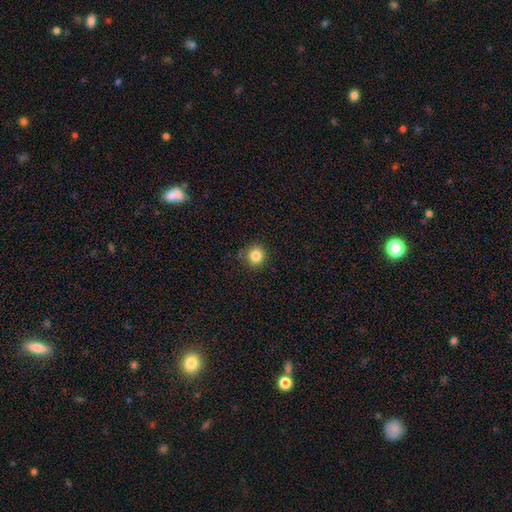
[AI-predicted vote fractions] Morphology: type=smooth (84%); roundness=round (92%); merging=none (87%).